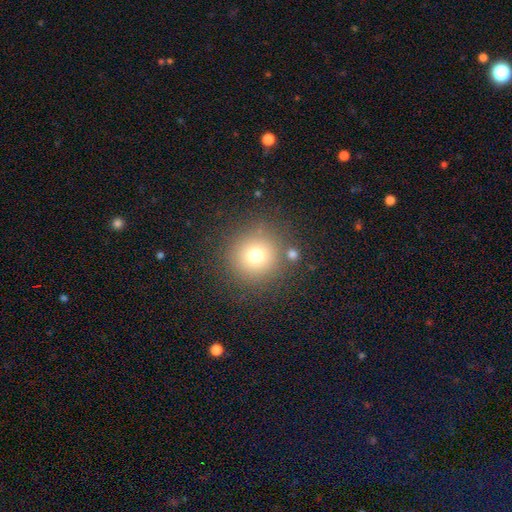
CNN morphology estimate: This appears to be a smooth galaxy with no disk features (74%) that is round (94%). Merging: none (84%).